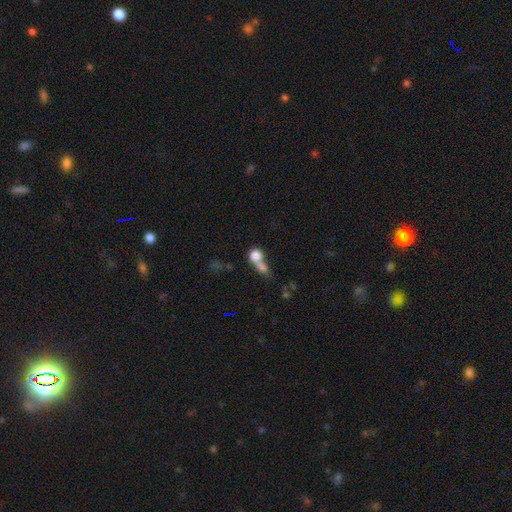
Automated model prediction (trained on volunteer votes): Smooth or featured?
  - smooth: 77% *
  - featured or disk: 13%
  - star or artifact: 10%
How rounded?
  - round: 71% *
  - in between: 26%
  - cigar-shaped: 3%
Merging?
  - merger: 65% *
  - none: 23%
  - minor disturbance: 6%
  - major disturbance: 6%